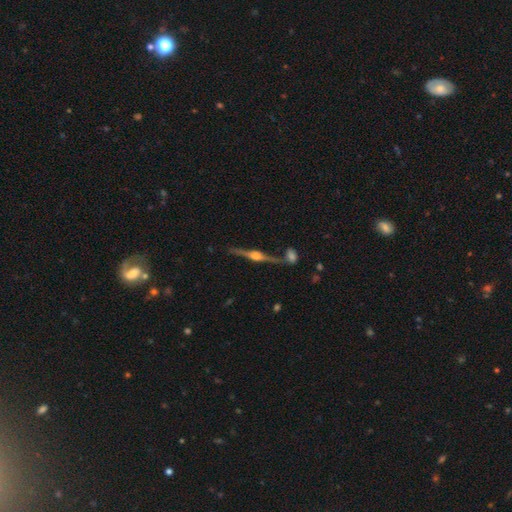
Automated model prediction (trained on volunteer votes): smooth-or-featured: featured or disk: 86% | smooth: 8% | star or artifact: 6%
  disk-edge-on: yes: 97% | no: 3%
    edge-on-bulge: rounded: 91% | boxy: 7% | none: 2%
  merging: none: 75% | merger: 11% | minor disturbance: 11% | major disturbance: 3%